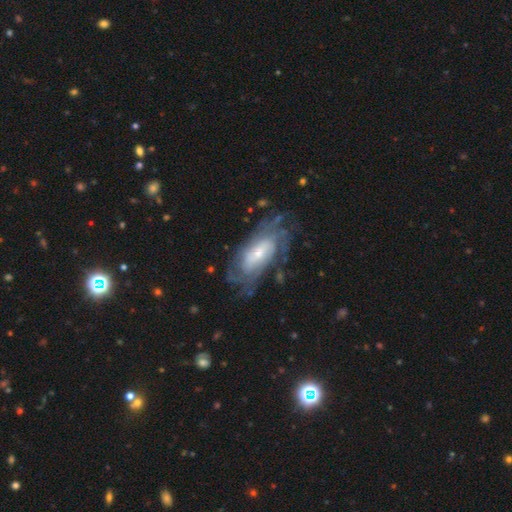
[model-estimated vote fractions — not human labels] Q: Smooth or featured?
A: featured or disk (78%); runner-up: smooth (14%)
Q: Edge-on disk?
A: no (91%); runner-up: yes (9%)
Q: Bar?
A: no (51%); runner-up: weak (36%)
Q: Spiral arms?
A: yes (89%); runner-up: no (11%)
Q: Spiral winding?
A: tight (62%); runner-up: medium (28%)
Q: Spiral arm count?
A: can't tell (54%); runner-up: 2 (13%)
Q: Bulge size?
A: small (54%); runner-up: moderate (37%)
Q: Merging?
A: none (72%); runner-up: minor disturbance (17%)